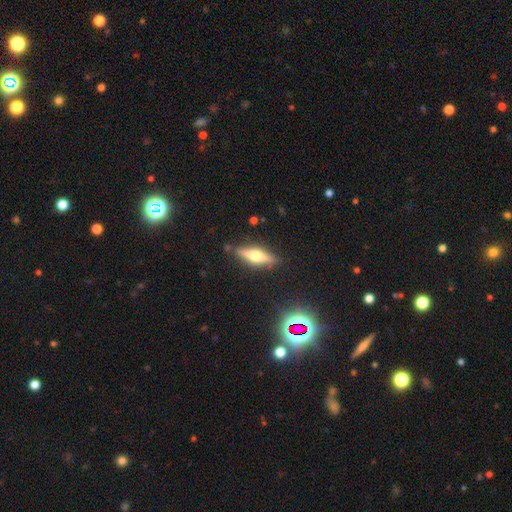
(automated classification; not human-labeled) smooth-or-featured: featured or disk: 55% | smooth: 37% | star or artifact: 8%
  disk-edge-on: yes: 93% | no: 7%
    edge-on-bulge: rounded: 91% | boxy: 6% | none: 3%
  merging: none: 86% | minor disturbance: 10% | major disturbance: 2% | merger: 2%